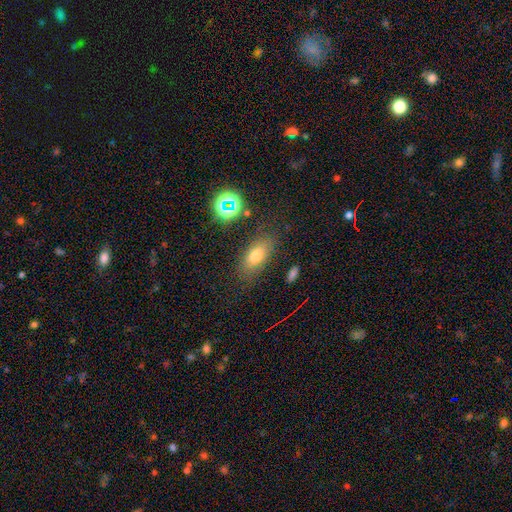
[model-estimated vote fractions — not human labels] Smooth or featured?
  - smooth: 69% *
  - featured or disk: 16%
  - star or artifact: 15%
How rounded?
  - in between: 79% *
  - cigar-shaped: 12%
  - round: 9%
Merging?
  - none: 79% *
  - minor disturbance: 13%
  - major disturbance: 5%
  - merger: 3%